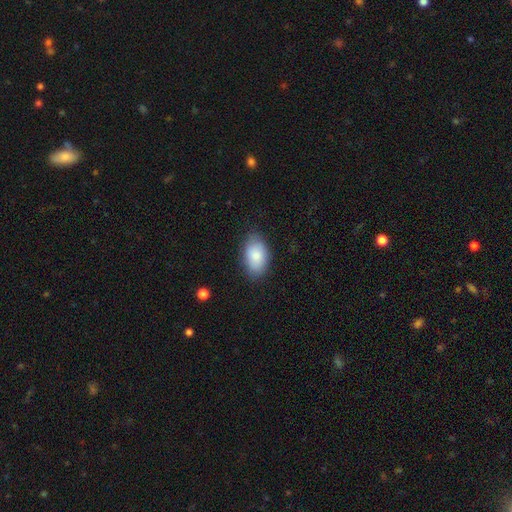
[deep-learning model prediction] smooth_or_featured: smooth (p=0.84) [alt: featured or disk p=0.10]
how_rounded: in between (p=0.92) [alt: round p=0.07]
merging: none (p=0.80) [alt: minor disturbance p=0.16]